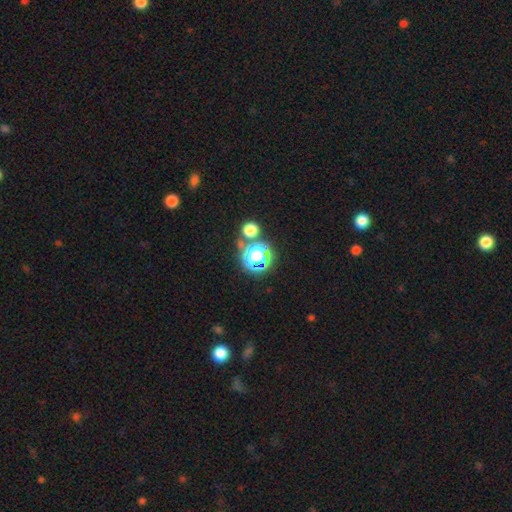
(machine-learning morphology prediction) This appears to be a star or artifact, not a galaxy (45%).